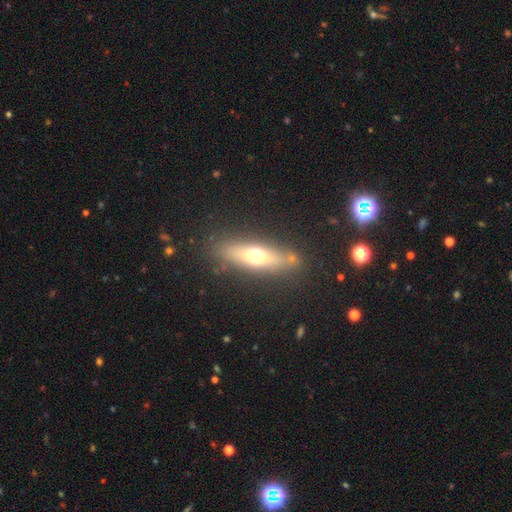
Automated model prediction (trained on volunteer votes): Morphology: type=smooth (52%); roundness=cigar-shaped (60%); merging=none (83%).